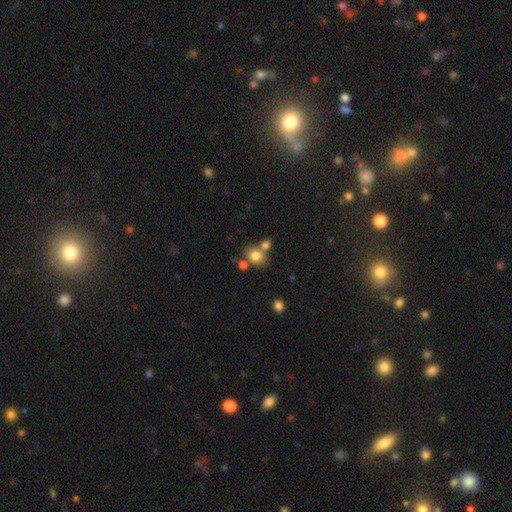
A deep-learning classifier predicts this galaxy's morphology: This is likely a smooth galaxy (80%). How rounded: possibly round (53%). Merging: possibly none (51%).